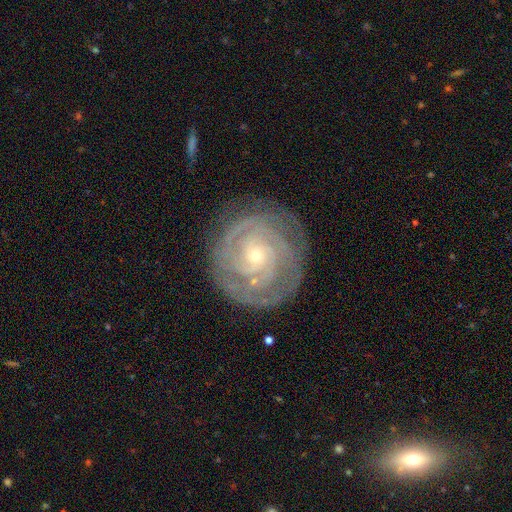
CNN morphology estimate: featured or disk 84%, smooth 9%, star or artifact 6%. Down the decision tree: edge-on disk — no (97%); bar — no (76%); spiral arms — yes (95%); spiral arm count — can't tell (30%); spiral winding — tight (82%); bulge size — small (79%); merging — none (80%).